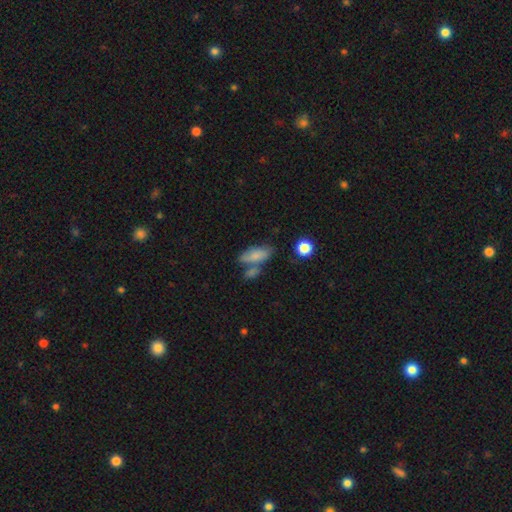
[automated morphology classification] Smooth or featured? Predicted: smooth (p=0.77). How rounded? Predicted: in between (p=0.79). Merging? Predicted: none (p=0.48).